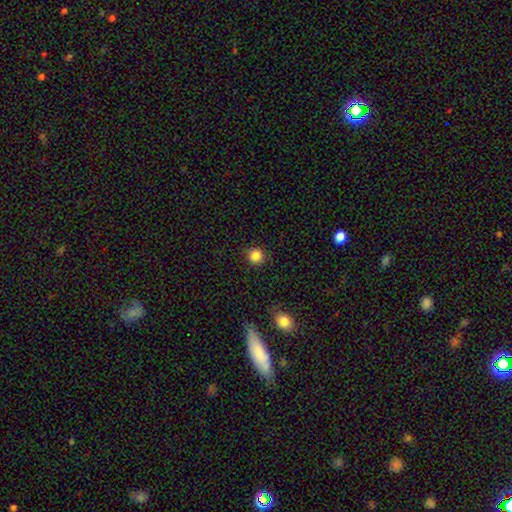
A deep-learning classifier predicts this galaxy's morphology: Smooth or featured? Predicted: smooth (p=0.85). How rounded? Predicted: round (p=0.94). Merging? Predicted: none (p=0.91).